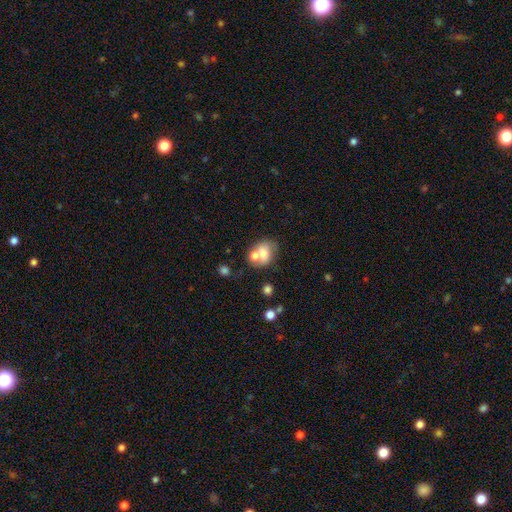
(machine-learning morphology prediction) smooth-or-featured: smooth: 66% | featured or disk: 23% | star or artifact: 10%
  how-rounded: in between: 49% (tied) | round: 49% (tied) | cigar-shaped: 1%
  merging: merger: 45% | none: 38% | minor disturbance: 12% | major disturbance: 5%